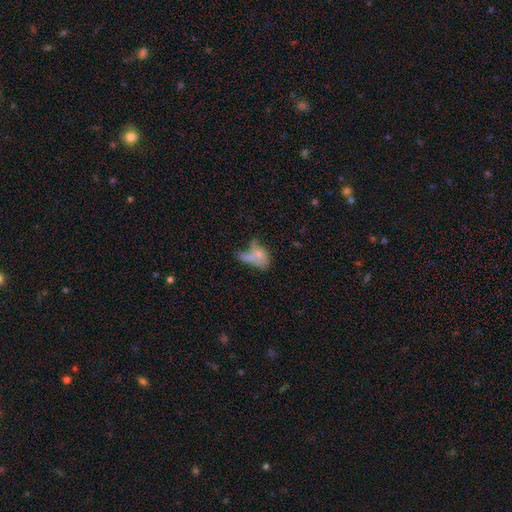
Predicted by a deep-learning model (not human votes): A smooth galaxy with no disk features (61%) that is in between round and cigar-shaped (76%).

Vote fractions:
- Smooth or featured? smooth: 61% / featured or disk: 27% / star or artifact: 12%
- How rounded? in between: 76% / round: 18% / cigar-shaped: 6%
- Merging? merger: 38% / major disturbance: 24% / none: 23% / minor disturbance: 15%